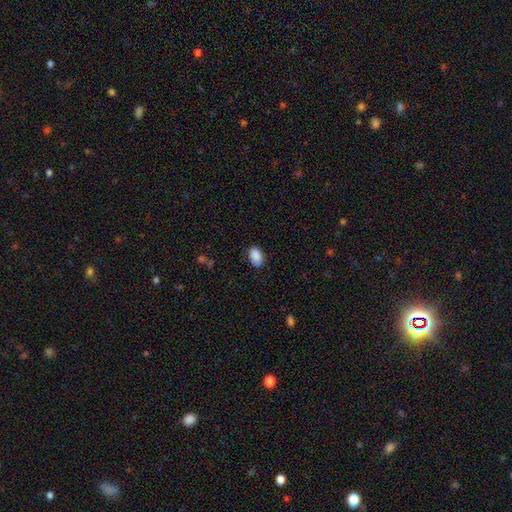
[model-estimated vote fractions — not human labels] Smooth or featured?
  - smooth: 90% *
  - star or artifact: 7%
  - featured or disk: 3%
How rounded?
  - in between: 91% *
  - round: 8%
  - cigar-shaped: 1%
Merging?
  - none: 83% *
  - minor disturbance: 13%
  - major disturbance: 3%
  - merger: 1%